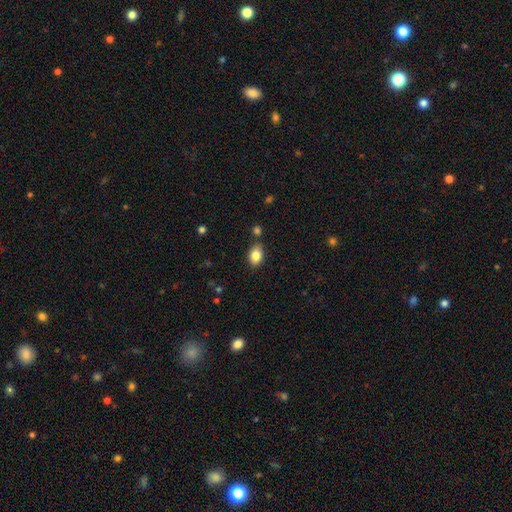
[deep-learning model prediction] smooth 84%, star or artifact 8%, featured or disk 7%. Down the decision tree: how rounded — in between (84%); merging — none (80%).